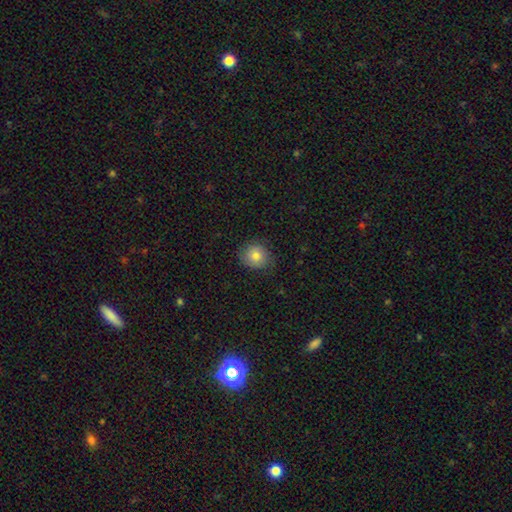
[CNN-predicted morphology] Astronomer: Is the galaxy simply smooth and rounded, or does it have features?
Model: smooth — 76%.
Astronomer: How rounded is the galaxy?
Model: round — 83%.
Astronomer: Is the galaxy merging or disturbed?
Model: none — 78%.